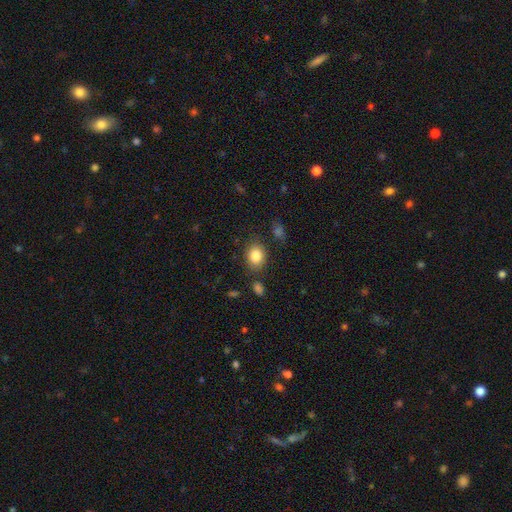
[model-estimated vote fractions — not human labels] This appears to be a smooth galaxy with no disk features (84%) that is in between round and cigar-shaped (56%). Merging: none (80%).